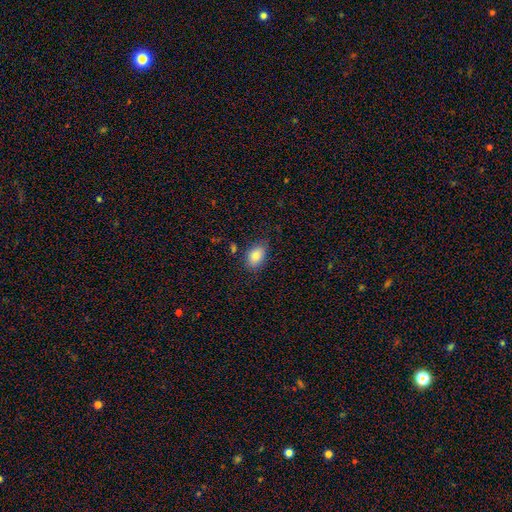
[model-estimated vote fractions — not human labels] This appears to be a smooth galaxy with no disk features (83%) that is in between round and cigar-shaped (83%). Merging: none (77%).